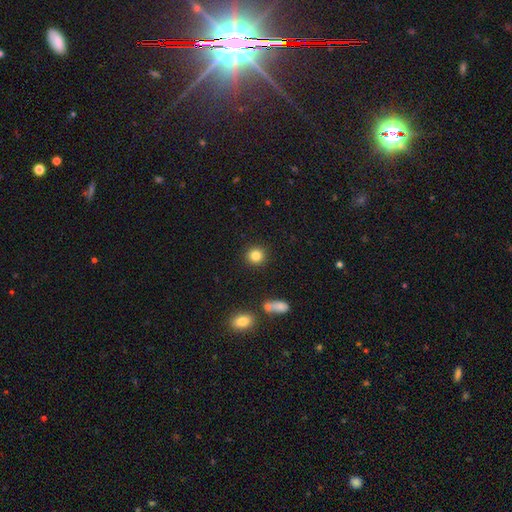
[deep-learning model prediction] Morphology: type=smooth (84%); roundness=round (91%); merging=none (91%).